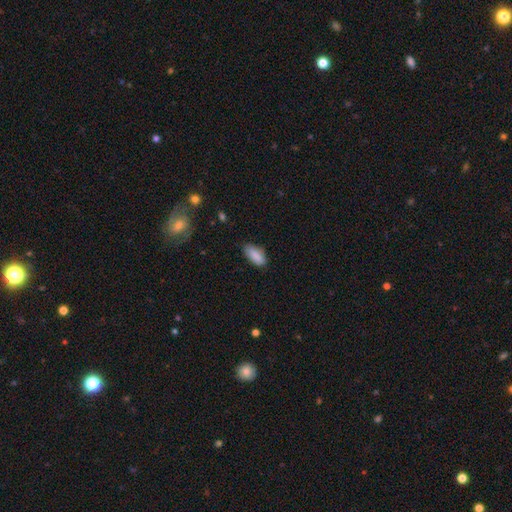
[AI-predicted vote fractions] Overall: smooth (88%). How rounded: in between (89%). Merging: none (75%).